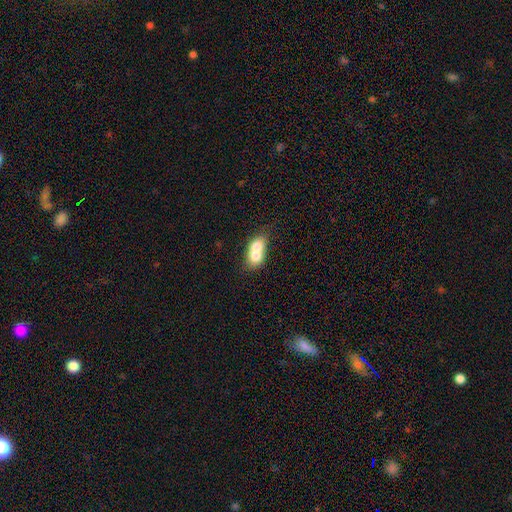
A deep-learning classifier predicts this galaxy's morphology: smooth-or-featured: smooth: 67% | featured or disk: 25% | star or artifact: 8%
  how-rounded: in between: 63% | round: 35% | cigar-shaped: 3%
  merging: merger: 72% | none: 18% | minor disturbance: 6% | major disturbance: 3%